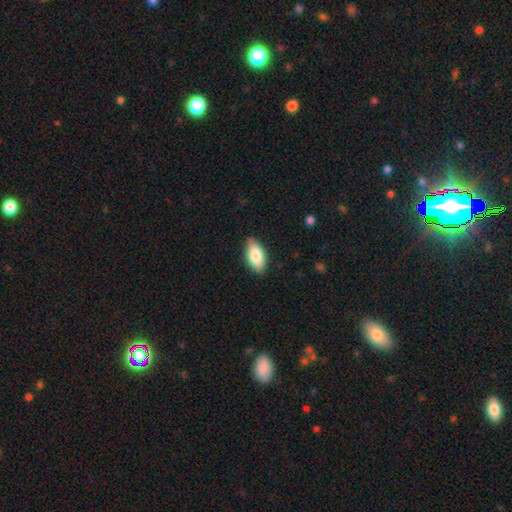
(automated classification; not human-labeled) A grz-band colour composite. It shows a smooth galaxy with no disk features (83%) that is in between round and cigar-shaped (92%). Merging: none (83%).